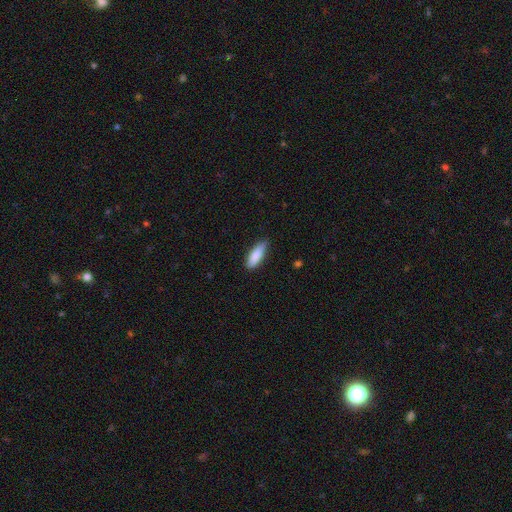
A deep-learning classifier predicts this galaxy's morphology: Smooth or featured? Predicted: smooth (p=0.88). How rounded? Predicted: in between (p=0.57). Merging? Predicted: none (p=0.77).